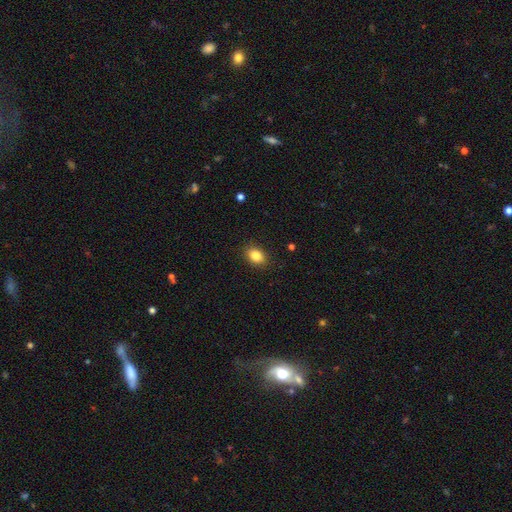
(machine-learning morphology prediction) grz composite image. It shows a smooth galaxy with no disk features (85%) that is in between round and cigar-shaped (73%). Merging: none (88%).